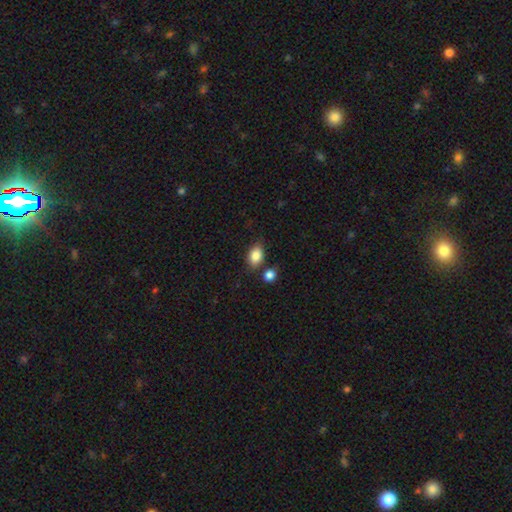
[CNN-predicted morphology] Smooth or featured? smooth (85%)
How rounded? in between (79%)
Merging? none (70%)